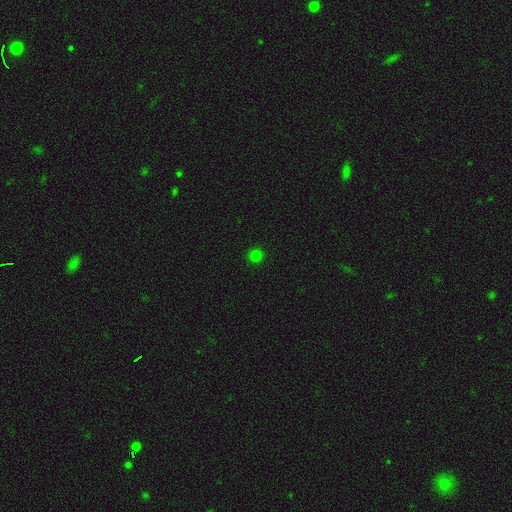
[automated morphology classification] A smooth galaxy with no disk features (78%) that is round (95%). Merging: none (93%).